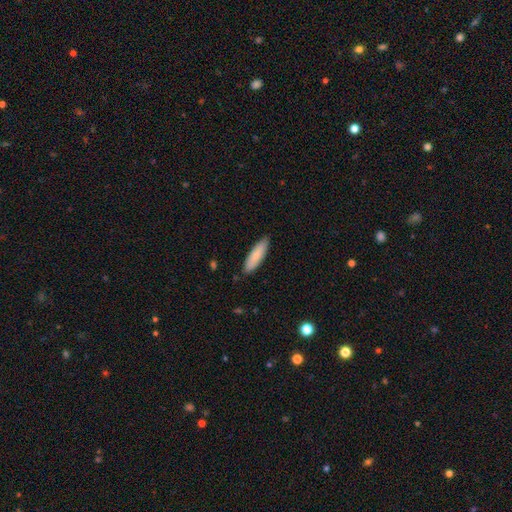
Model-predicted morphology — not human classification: The model was most divided on "how rounded": cigar-shaped: 58%, in between: 40%, round: 1%. More confident: merging — none (86%); smooth or featured — smooth (84%).